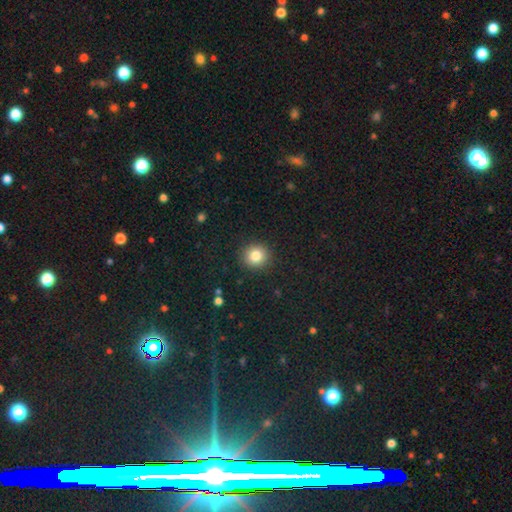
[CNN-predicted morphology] smooth-or-featured: smooth: 83% | star or artifact: 11% | featured or disk: 7%
  how-rounded: round: 90% | in between: 9% | cigar-shaped: 1%
  merging: none: 91% | minor disturbance: 6% | major disturbance: 2% | merger: 1%